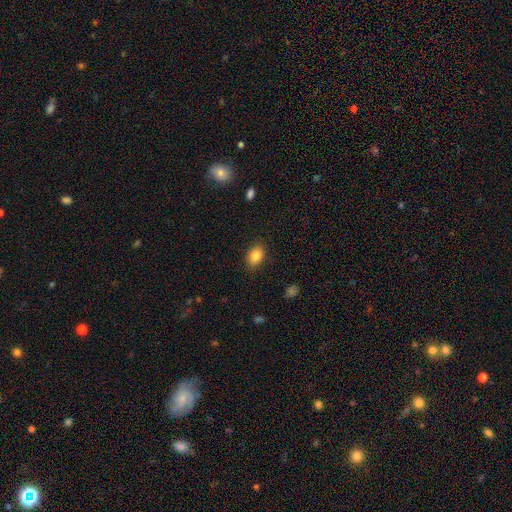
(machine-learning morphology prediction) This appears to be a smooth galaxy with no disk features (84%) that is in between round and cigar-shaped (75%). Merging: none (86%).